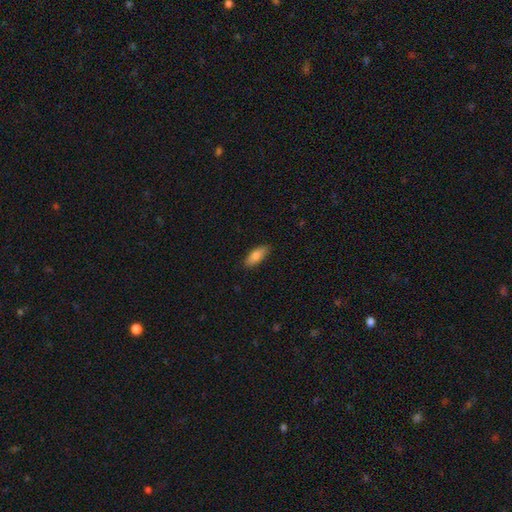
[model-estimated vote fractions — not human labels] Smooth or featured: smooth — 81% (featured or disk — 13%)
How rounded: in between — 73% (cigar-shaped — 25%)
Merging: none — 86% (minor disturbance — 11%)